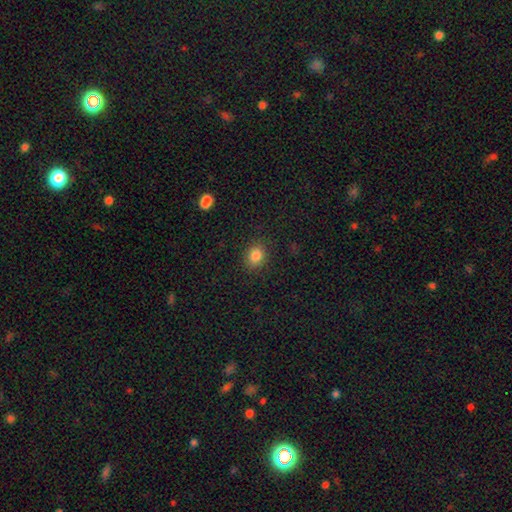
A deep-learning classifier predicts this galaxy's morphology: Smooth or featured? Predicted: smooth (p=0.84). How rounded? Predicted: round (p=0.59). Merging? Predicted: none (p=0.88).